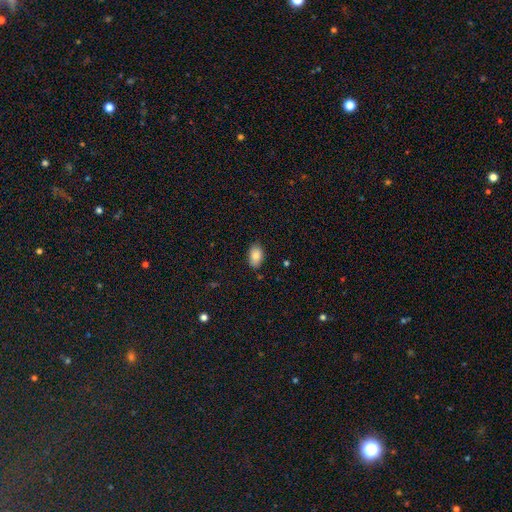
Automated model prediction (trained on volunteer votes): Smooth or featured? Predicted: smooth (p=0.85). How rounded? Predicted: in between (p=0.91). Merging? Predicted: none (p=0.84).